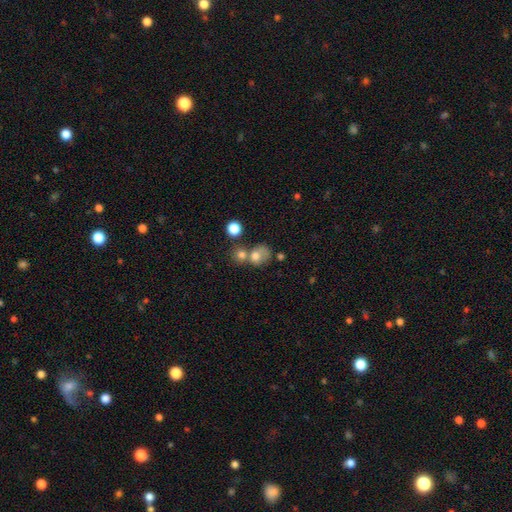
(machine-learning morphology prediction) smooth_or_featured: smooth (p=0.71) [alt: featured or disk p=0.16]
how_rounded: round (p=0.63) [alt: in between p=0.36]
merging: merger (p=0.50) [alt: none p=0.31]